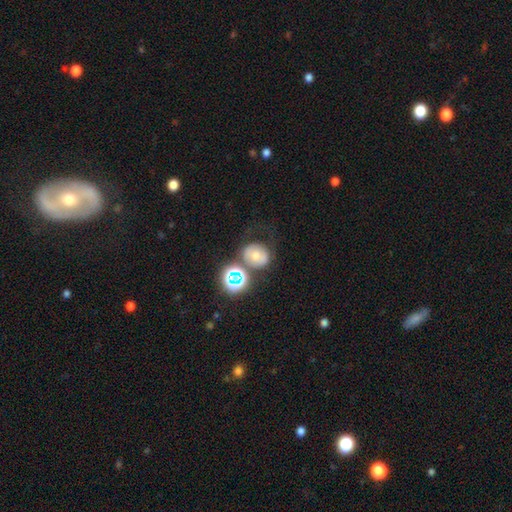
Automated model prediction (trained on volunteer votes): Overall: smooth (47%; featured or disk 28%). Merging: none (51%; minor disturbance 18%).